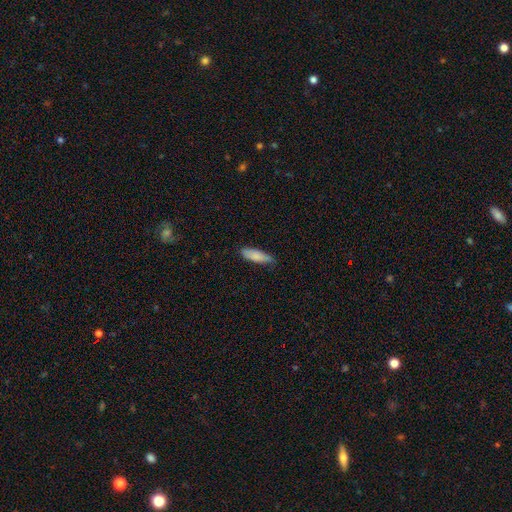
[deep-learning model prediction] Q: Smooth or featured?
A: smooth (84%); runner-up: featured or disk (10%)
Q: How rounded?
A: cigar-shaped (51%); runner-up: in between (48%)
Q: Merging?
A: none (70%); runner-up: minor disturbance (25%)